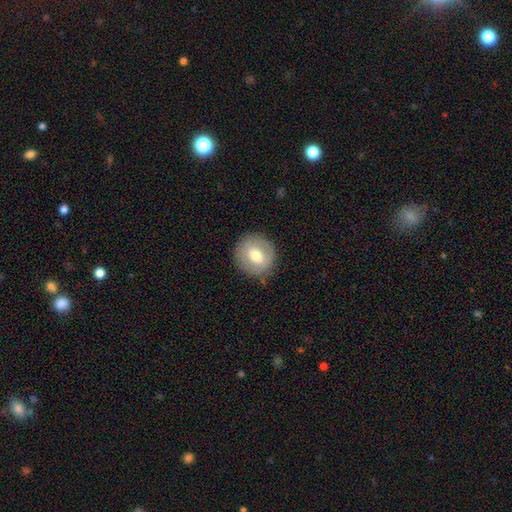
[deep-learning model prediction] This appears to be a smooth galaxy with no disk features (62%) that is round (84%). Merging: none (85%).